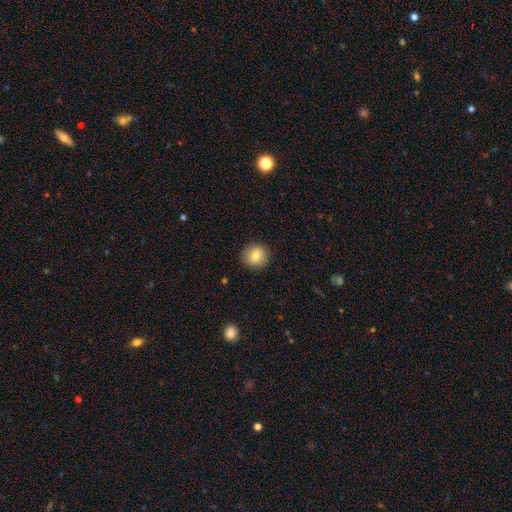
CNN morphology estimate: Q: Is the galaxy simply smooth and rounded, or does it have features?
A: smooth — 79%.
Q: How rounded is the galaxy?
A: round — 86%.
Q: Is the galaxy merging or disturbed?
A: none — 89%.